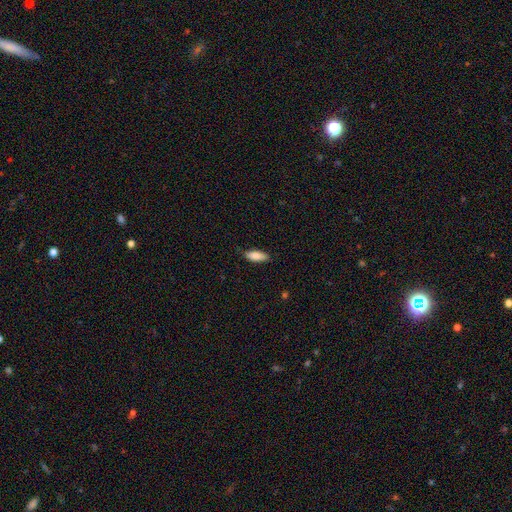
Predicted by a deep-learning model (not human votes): smooth-or-featured: smooth: 84% | featured or disk: 10% | star or artifact: 6%
  how-rounded: in between: 74% | cigar-shaped: 24% | round: 2%
  merging: none: 79% | minor disturbance: 17% | major disturbance: 3% | merger: 1%